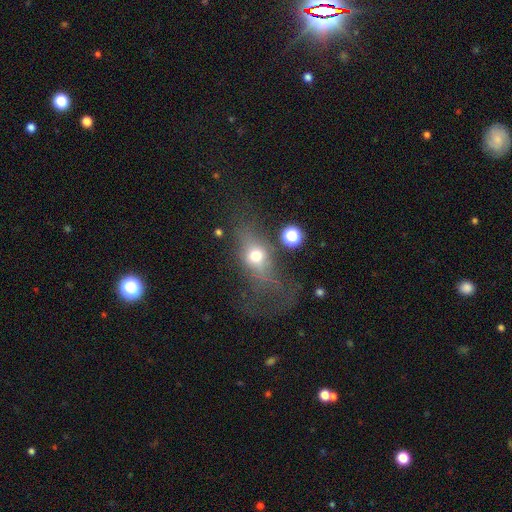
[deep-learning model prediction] smooth 54%, featured or disk 29%, star or artifact 17%. Down the decision tree: how rounded — in between (58%); merging — none (41%).